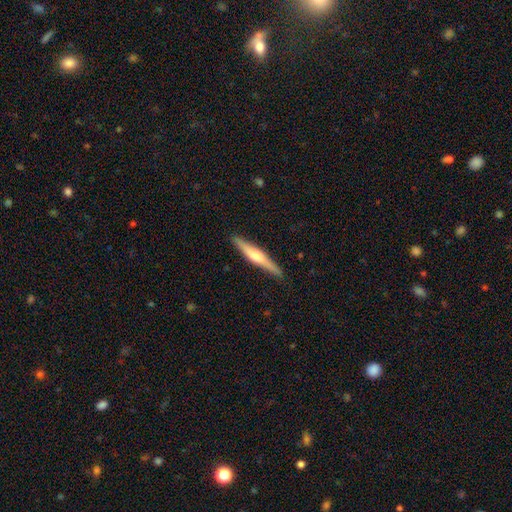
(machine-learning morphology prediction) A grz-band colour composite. It shows a featured or disk galaxy (56%) viewed edge-on (96%) with a rounded central bulge (77%). Merging: none (89%).